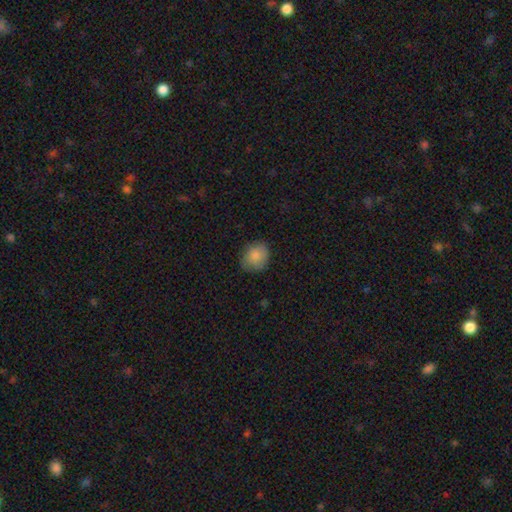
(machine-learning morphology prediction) Smooth or featured?
  - smooth: 84% *
  - featured or disk: 9%
  - star or artifact: 8%
How rounded?
  - round: 67% *
  - in between: 32%
  - cigar-shaped: 1%
Merging?
  - none: 74% *
  - minor disturbance: 21%
  - major disturbance: 5%
  - merger: 1%